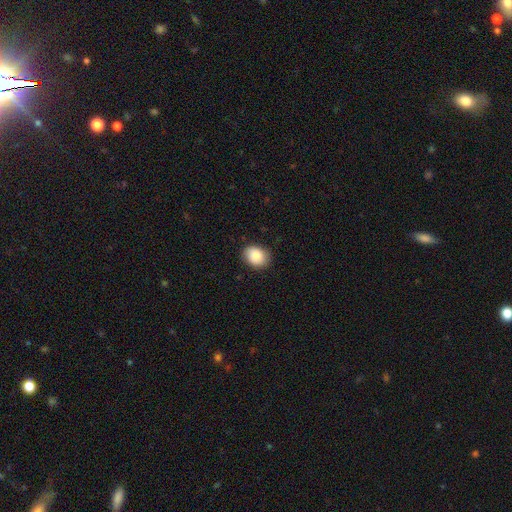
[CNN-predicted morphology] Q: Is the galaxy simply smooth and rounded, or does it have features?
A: smooth — 88%.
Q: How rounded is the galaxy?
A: in between — 51%.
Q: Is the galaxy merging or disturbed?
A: none — 86%.